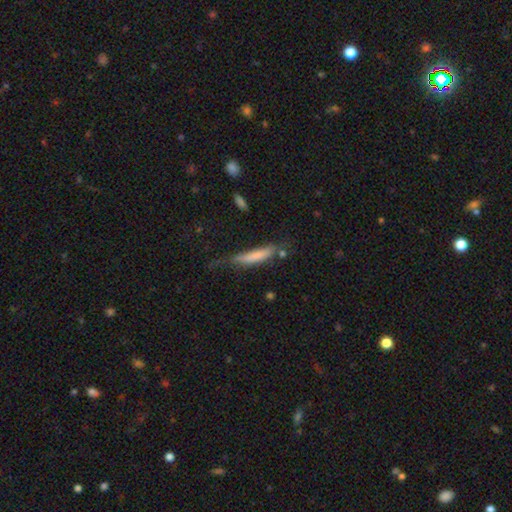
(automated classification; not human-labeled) This is likely a smooth galaxy (71%). How rounded: clearly cigar-shaped (87%). Merging: possibly none (45%).